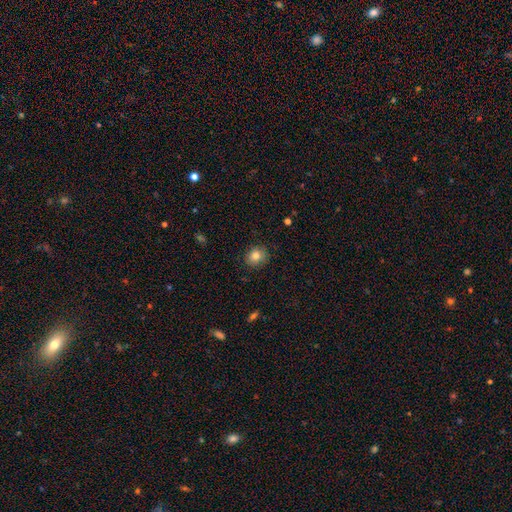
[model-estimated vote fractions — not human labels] This appears to be a smooth galaxy with no disk features (83%) that is round (69%). Merging: none (86%).